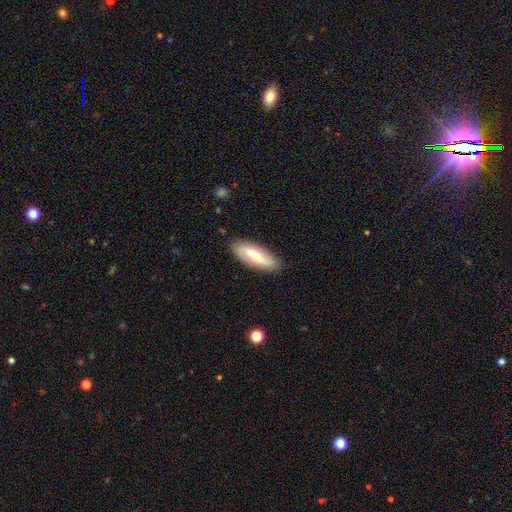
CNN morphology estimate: This is possibly a smooth galaxy (53%). How rounded: likely in between (65%). Merging: clearly none (85%).